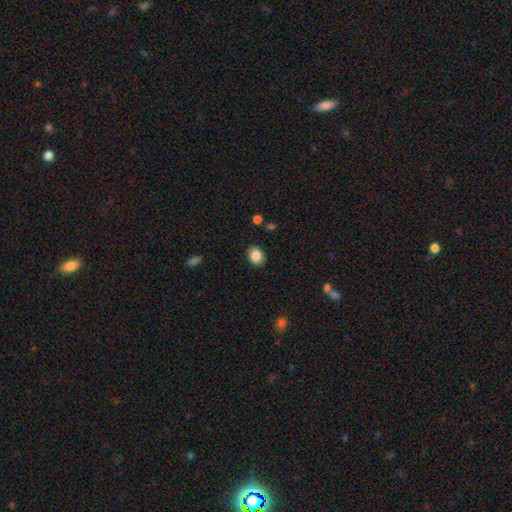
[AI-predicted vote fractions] smooth 85%, star or artifact 9%, featured or disk 6%. Down the decision tree: how rounded — round (54%); merging — none (88%).